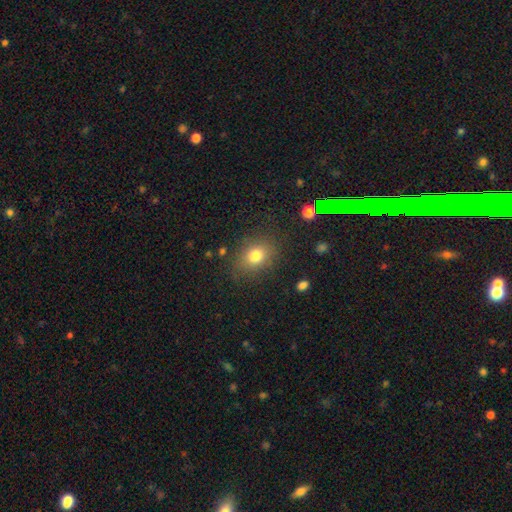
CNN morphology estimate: Smooth or featured?
  - smooth: 78% *
  - star or artifact: 13%
  - featured or disk: 10%
How rounded?
  - in between: 50% *
  - round: 48%
  - cigar-shaped: 1%
Merging?
  - none: 81% *
  - minor disturbance: 12%
  - major disturbance: 5%
  - merger: 2%